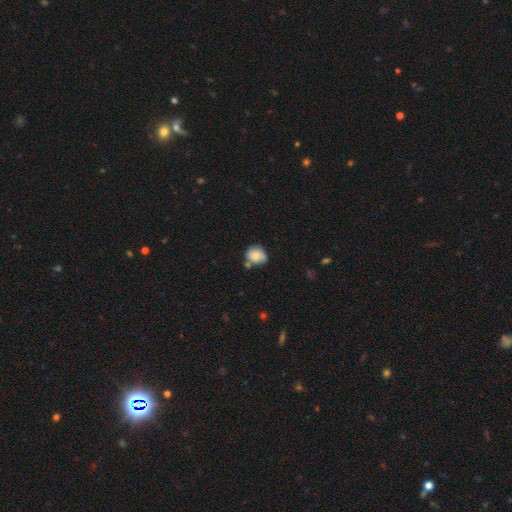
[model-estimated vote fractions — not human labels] Smooth or featured? smooth (79%)
How rounded? round (71%)
Merging? none (53%)